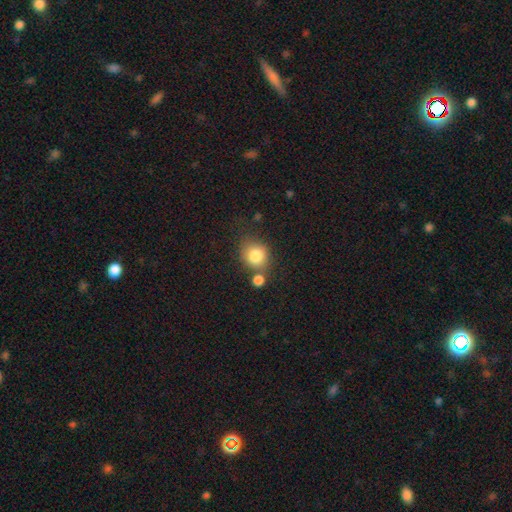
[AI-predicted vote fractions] Smooth or featured: smooth — 82% (star or artifact — 10%)
How rounded: round — 76% (in between — 23%)
Merging: none — 57% (merger — 22%)